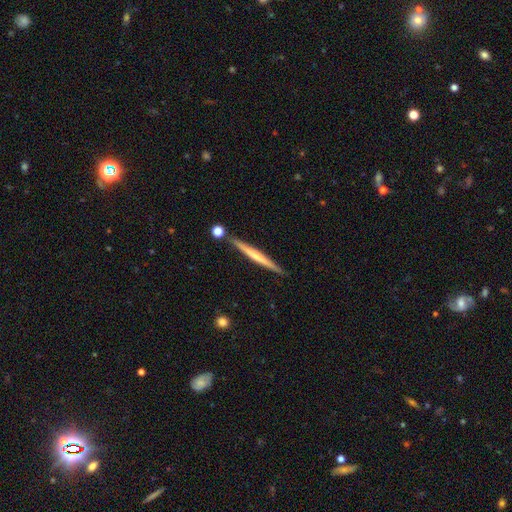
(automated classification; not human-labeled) The model was most divided on "smooth or featured": featured or disk: 55%, smooth: 40%, star or artifact: 6%. More confident: edge-on disk — yes (97%); merging — none (87%); edge-on bulge — none (69%).